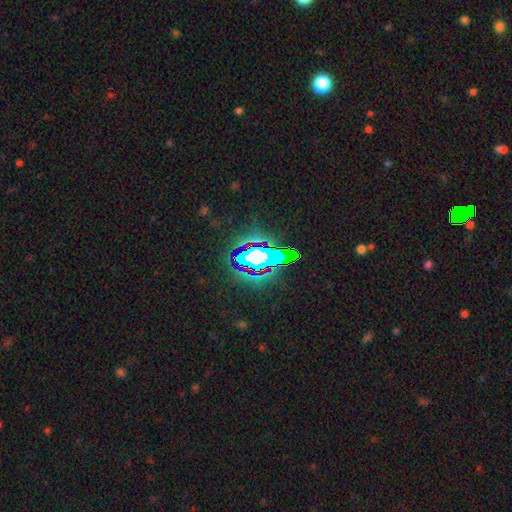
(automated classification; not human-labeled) Morphology: type=star or artifact (64%).